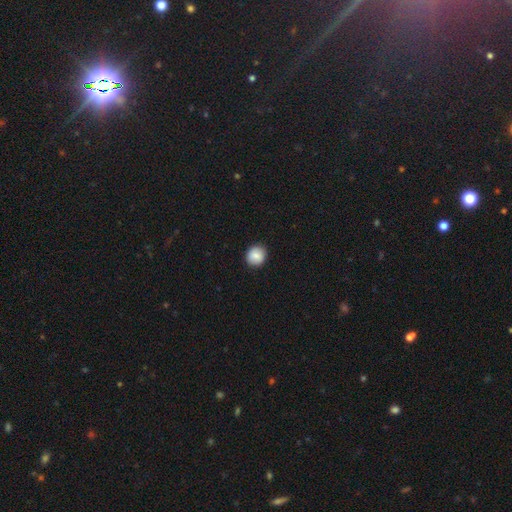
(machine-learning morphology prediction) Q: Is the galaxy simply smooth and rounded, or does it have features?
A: smooth — 86%.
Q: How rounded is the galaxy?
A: round — 85%.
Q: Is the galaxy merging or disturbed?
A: none — 90%.